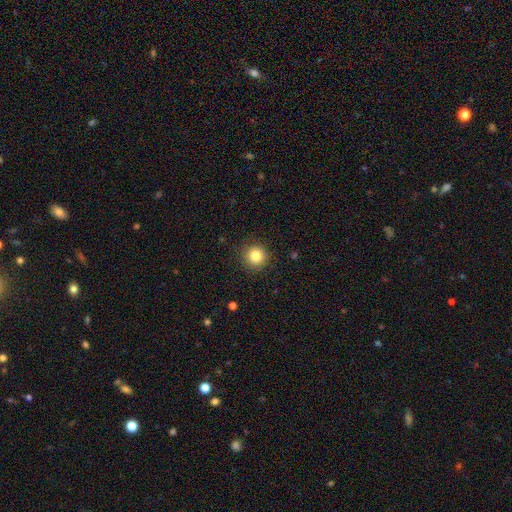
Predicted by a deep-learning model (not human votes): This appears to be a smooth galaxy with no disk features (83%) that is round (95%). Merging: none (90%).